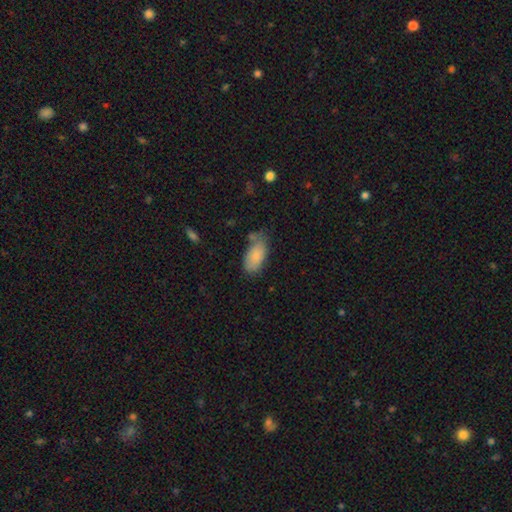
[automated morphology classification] Q: Smooth or featured?
A: smooth (80%); runner-up: featured or disk (12%)
Q: How rounded?
A: in between (93%); runner-up: cigar-shaped (4%)
Q: Merging?
A: none (56%); runner-up: minor disturbance (29%)